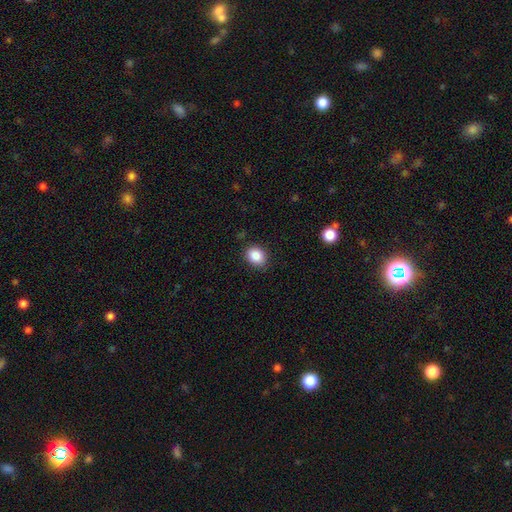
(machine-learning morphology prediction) The model was most divided on "how rounded": in between: 56%, round: 43%, cigar-shaped: 1%. More confident: smooth or featured — smooth (86%); merging — none (85%).